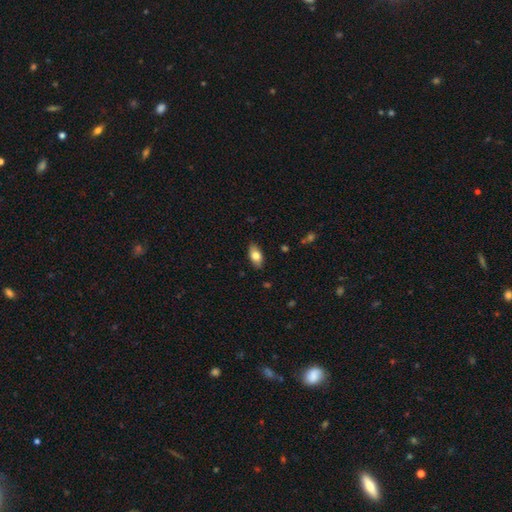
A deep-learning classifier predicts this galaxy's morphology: This appears to be a smooth galaxy with no disk features (76%) that is in between round and cigar-shaped (90%). Merging: none (87%).